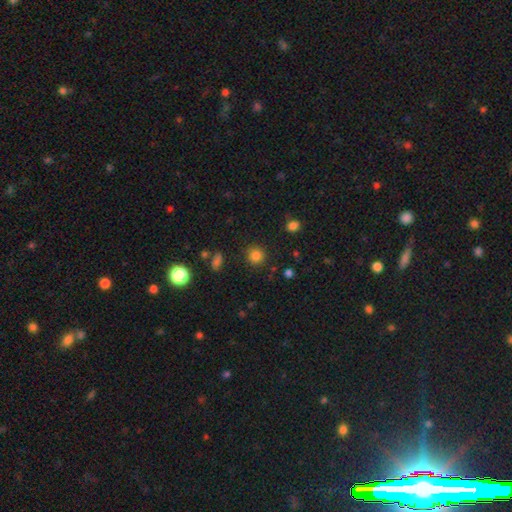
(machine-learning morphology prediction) smooth_or_featured: smooth (p=0.82) [alt: star or artifact p=0.13]
how_rounded: round (p=0.92) [alt: in between p=0.07]
merging: none (p=0.88) [alt: minor disturbance p=0.07]